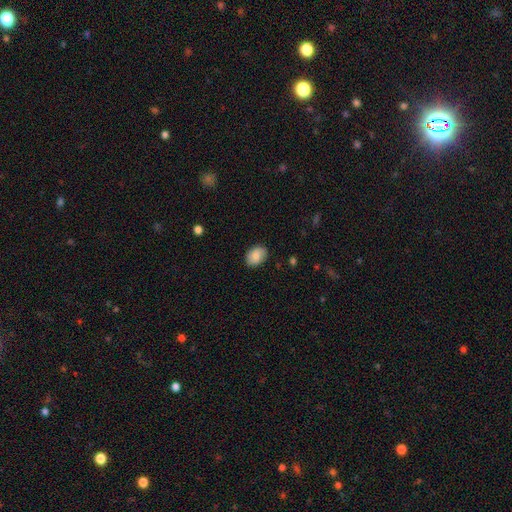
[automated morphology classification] Q: Smooth or featured?
A: smooth (84%); runner-up: featured or disk (9%)
Q: How rounded?
A: in between (76%); runner-up: round (23%)
Q: Merging?
A: none (85%); runner-up: minor disturbance (11%)